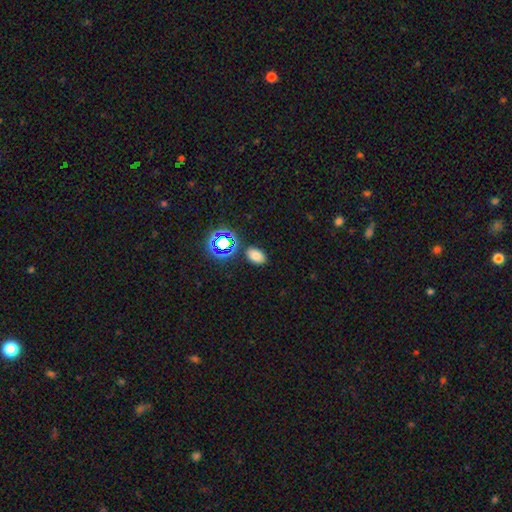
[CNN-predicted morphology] This appears to be a smooth galaxy with no disk features (71%) that is in between round and cigar-shaped (84%). Merging: none (83%).